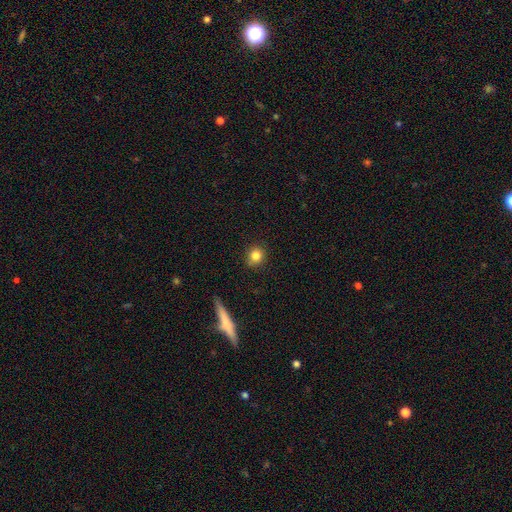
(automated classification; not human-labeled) Morphology: type=smooth (83%); roundness=round (83%); merging=none (87%).